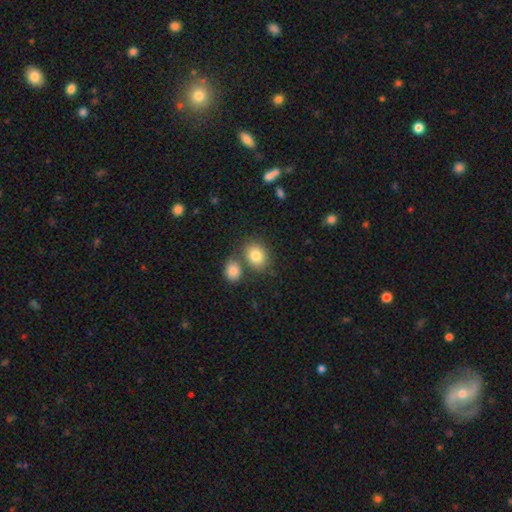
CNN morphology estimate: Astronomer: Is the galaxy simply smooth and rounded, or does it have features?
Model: smooth — 82%.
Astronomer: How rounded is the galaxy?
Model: round — 52% (runner-up: in between, 47%).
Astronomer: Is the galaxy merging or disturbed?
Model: none — 61%.